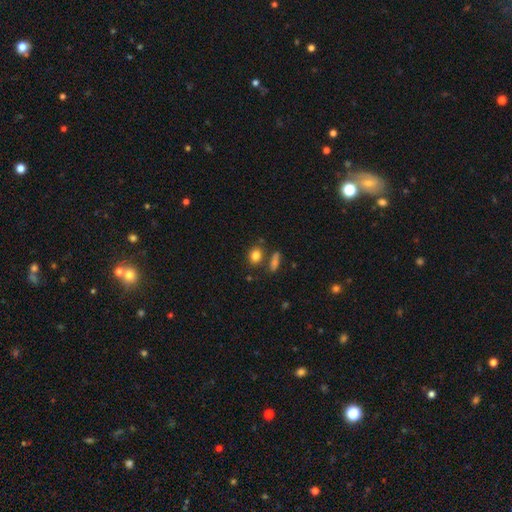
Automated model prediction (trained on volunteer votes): Smooth or featured?
  - smooth: 82% *
  - star or artifact: 11%
  - featured or disk: 8%
How rounded?
  - round: 49% *
  - in between: 48%
  - cigar-shaped: 2%
Merging?
  - none: 71% *
  - merger: 13%
  - minor disturbance: 12%
  - major disturbance: 4%